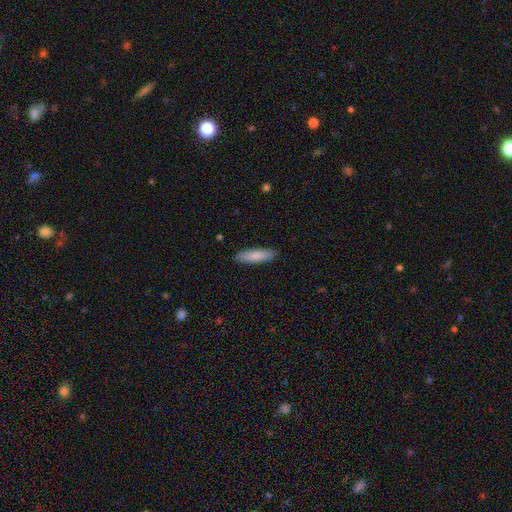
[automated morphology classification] smooth-or-featured: smooth: 87% | featured or disk: 8% | star or artifact: 5%
  how-rounded: cigar-shaped: 60% | in between: 39% | round: 1%
  merging: none: 89% | minor disturbance: 9% | major disturbance: 2% | merger: 1%